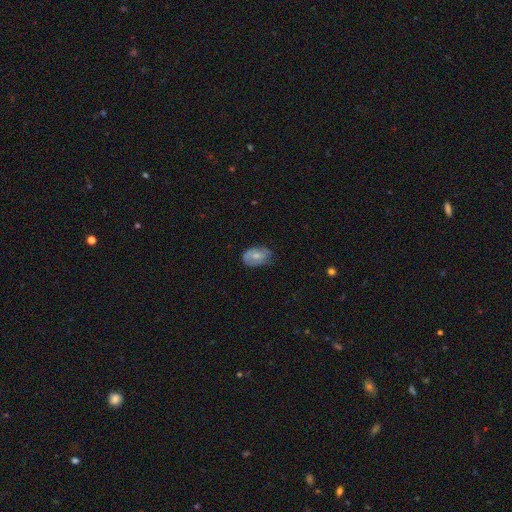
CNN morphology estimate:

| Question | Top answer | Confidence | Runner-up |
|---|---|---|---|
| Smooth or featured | smooth | 60% | featured or disk (32%) |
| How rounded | in between | 84% | round (15%) |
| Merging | none | 62% | minor disturbance (29%) |